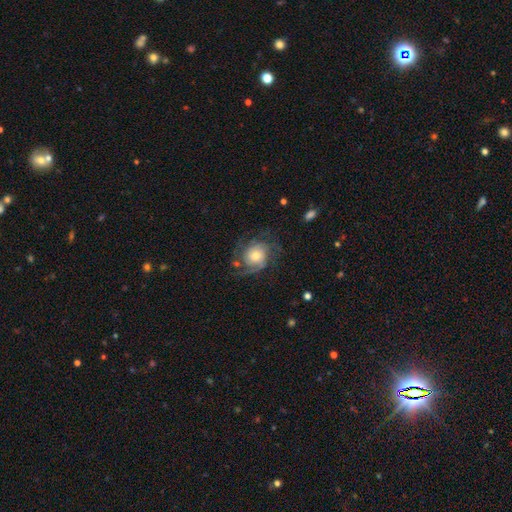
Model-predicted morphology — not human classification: smooth-or-featured: featured or disk: 79% | smooth: 15% | star or artifact: 7%
  disk-edge-on: no: 98% | yes: 2%
    bar: no: 78% | weak: 19% | strong: 3%
    has-spiral-arms: yes: 95% | no: 5%
      spiral-winding: tight: 42% | medium: 41% | loose: 18%
      spiral-arm-count: 2: 32% | 3: 27% | can't tell: 20% | 4: 9% | 1: 7% | more than 4: 6%
    bulge-size: moderate: 52% | small: 23% | large: 21% | dominant: 3% | none: 2%
  merging: none: 66% | minor disturbance: 17% | major disturbance: 15% | merger: 2%